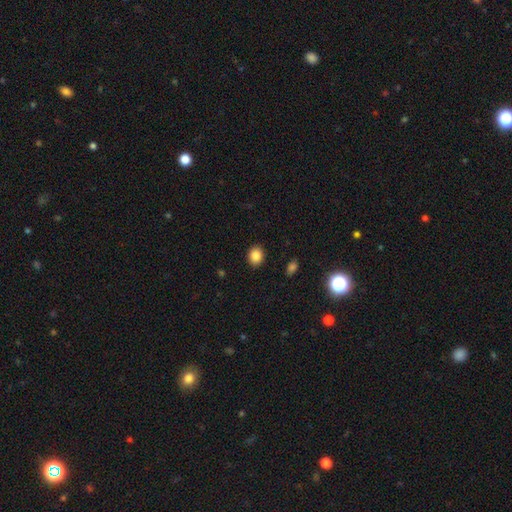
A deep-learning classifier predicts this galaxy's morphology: smooth 86%, star or artifact 10%, featured or disk 4%. Down the decision tree: how rounded — round (62%); merging — none (90%).